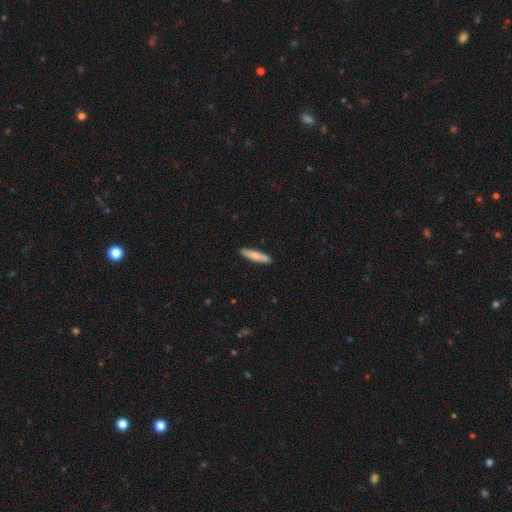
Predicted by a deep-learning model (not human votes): A smooth galaxy with no disk features (74%) that is cigar-shaped (86%). Merging: none (88%).